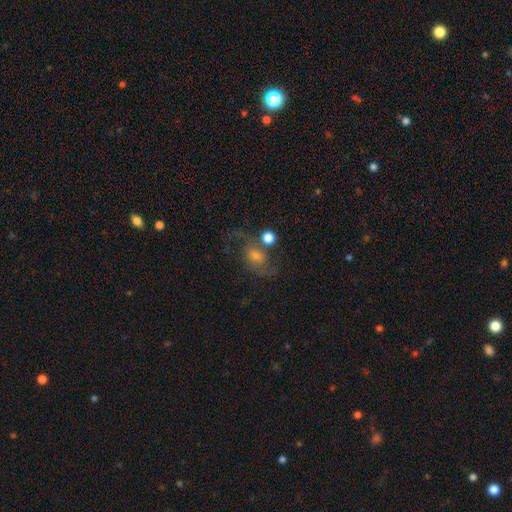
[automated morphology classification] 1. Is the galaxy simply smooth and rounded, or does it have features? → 63% featured or disk, 21% smooth, 16% star or artifact.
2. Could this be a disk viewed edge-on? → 97% no, 3% yes.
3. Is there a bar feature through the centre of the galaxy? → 67% no, 28% weak, 5% strong.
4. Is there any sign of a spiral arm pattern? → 89% yes, 11% no.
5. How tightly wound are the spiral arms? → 52% loose, 39% medium, 9% tight.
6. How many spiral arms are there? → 86% 2, 6% can't tell, 4% 1, 2% 3, 1% 4, 1% more than 4.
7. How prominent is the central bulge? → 46% moderate, 38% small, 8% large, 6% none, 2% dominant.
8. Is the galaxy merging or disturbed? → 54% none, 16% major disturbance, 16% minor disturbance, 13% merger.